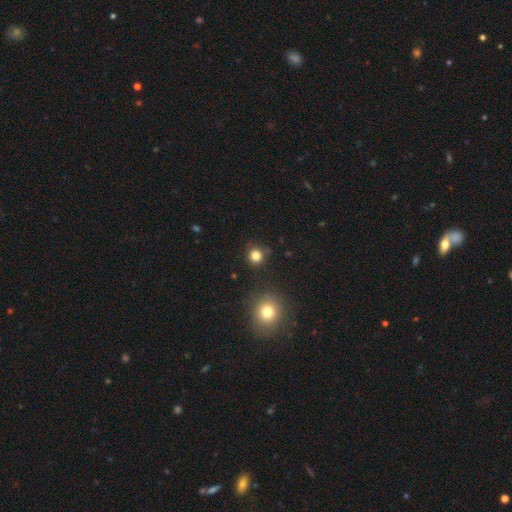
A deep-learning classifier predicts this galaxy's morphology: Smooth or featured? Predicted: smooth (p=0.82). How rounded? Predicted: round (p=0.91). Merging? Predicted: none (p=0.87).